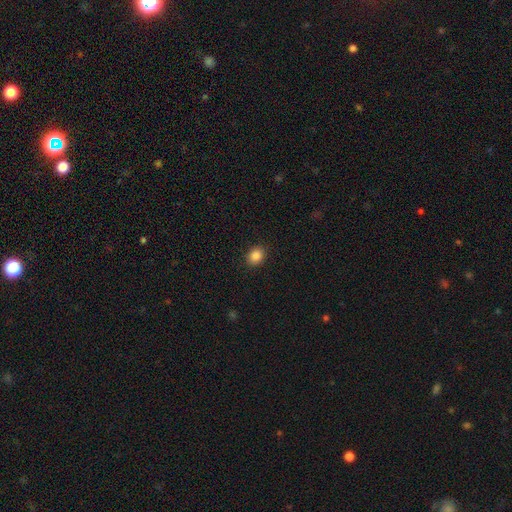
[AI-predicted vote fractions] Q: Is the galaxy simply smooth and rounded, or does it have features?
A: smooth — 87%.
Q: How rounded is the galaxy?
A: round — 50%.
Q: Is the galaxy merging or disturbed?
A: none — 90%.